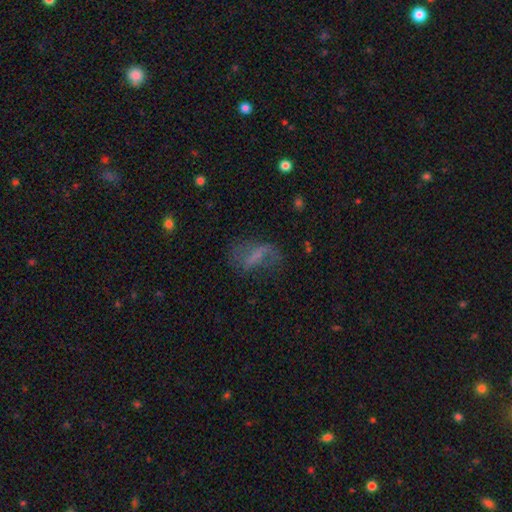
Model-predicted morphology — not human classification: Smooth or featured? featured or disk (49%)
Merging? none (51%)